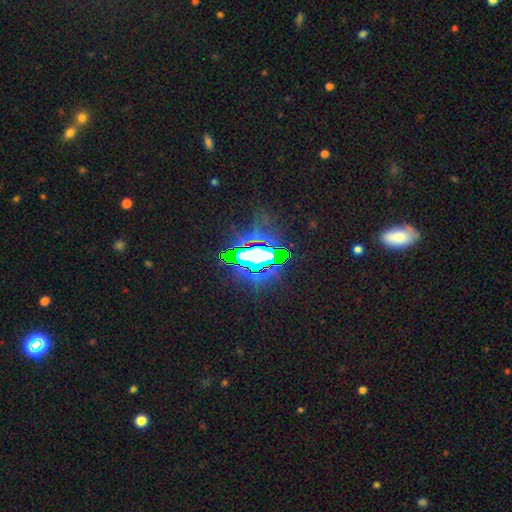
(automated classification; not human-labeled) A star or artifact, not a galaxy (65%).

Vote fractions:
- Smooth or featured? star or artifact: 65% / smooth: 18% / featured or disk: 17%